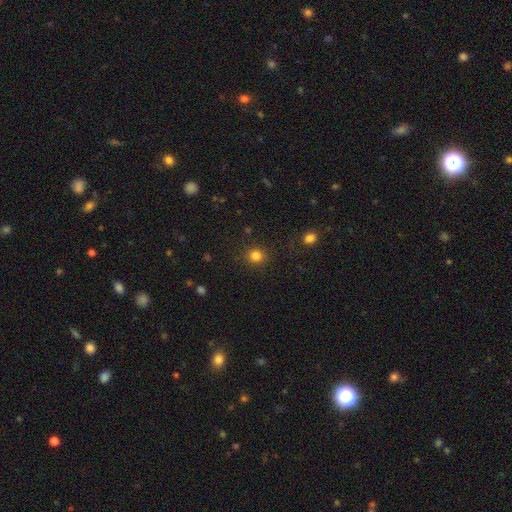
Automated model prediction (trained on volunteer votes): The model was most divided on "smooth or featured": smooth: 83%, star or artifact: 12%, featured or disk: 5%. More confident: how rounded — round (87%); merging — none (87%).